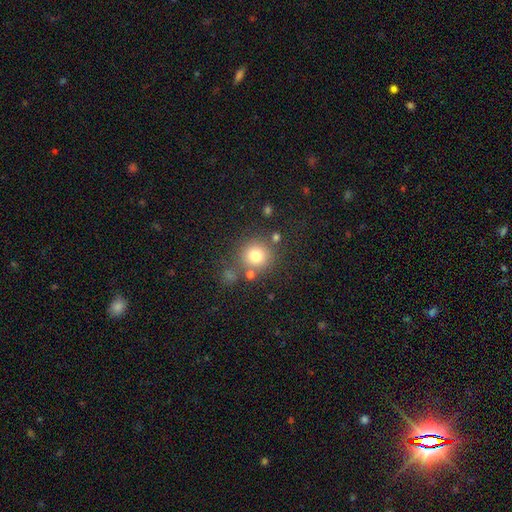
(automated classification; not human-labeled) A smooth galaxy with no disk features (78%) that is round (92%).

Vote fractions:
- Smooth or featured? smooth: 78% / star or artifact: 13% / featured or disk: 9%
- How rounded? round: 92% / in between: 7% / cigar-shaped: 1%
- Merging? none: 76% / minor disturbance: 10% / merger: 9% / major disturbance: 5%